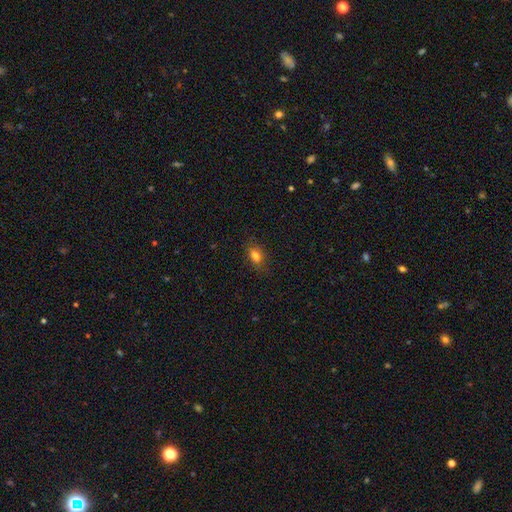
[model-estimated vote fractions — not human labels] The model was most divided on "how rounded": in between: 80%, round: 15%, cigar-shaped: 5%. More confident: merging — none (82%); smooth or featured — smooth (79%).